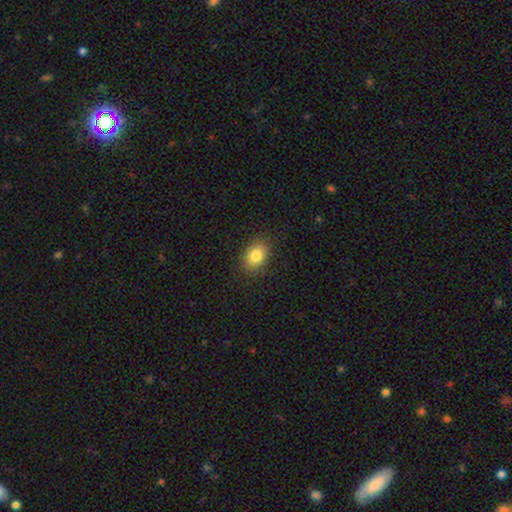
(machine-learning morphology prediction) Smooth or featured?
  - smooth: 84% *
  - star or artifact: 9%
  - featured or disk: 8%
How rounded?
  - in between: 73% *
  - round: 25%
  - cigar-shaped: 1%
Merging?
  - none: 86% *
  - minor disturbance: 10%
  - major disturbance: 3%
  - merger: 1%